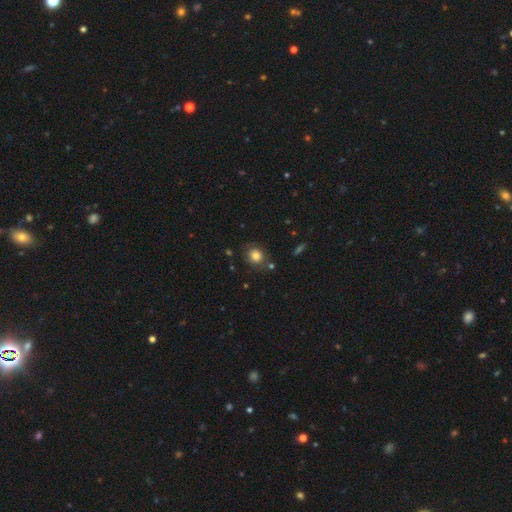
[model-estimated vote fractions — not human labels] smooth_or_featured: smooth (p=0.79) [alt: star or artifact p=0.10]
how_rounded: round (p=0.76) [alt: in between p=0.23]
merging: none (p=0.77) [alt: minor disturbance p=0.15]